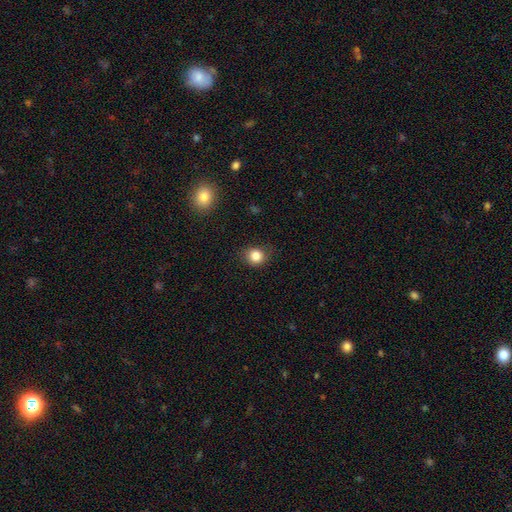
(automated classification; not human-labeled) Overall: smooth (84%). How rounded: round (81%). Merging: none (82%).